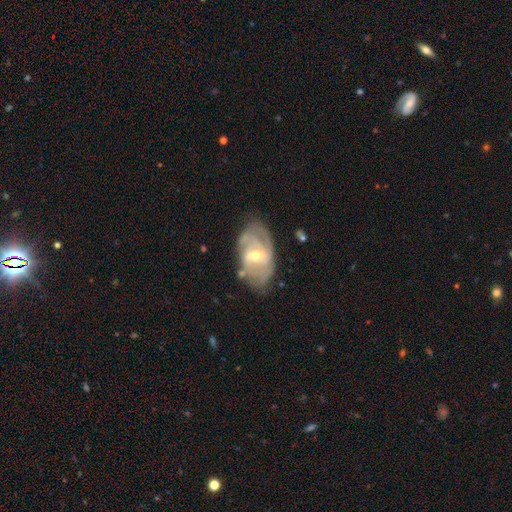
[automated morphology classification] A featured or disk galaxy (80%) with a weak bar (53%), 2 (36%) tight (47%) spiral arms (86%) and a moderate central bulge (53%). Merging: none (65%).